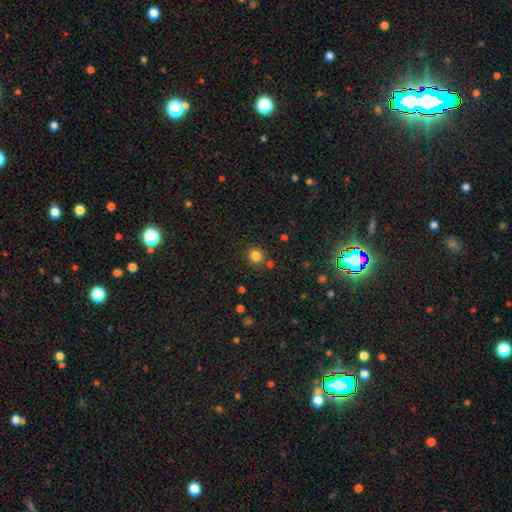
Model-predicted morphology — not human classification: Smooth or featured?
  - smooth: 82% *
  - star or artifact: 13%
  - featured or disk: 5%
How rounded?
  - round: 92% *
  - in between: 7%
  - cigar-shaped: 1%
Merging?
  - none: 83% *
  - minor disturbance: 8%
  - merger: 6%
  - major disturbance: 3%